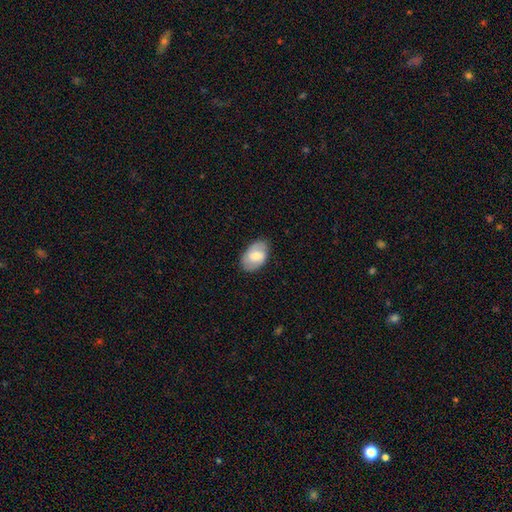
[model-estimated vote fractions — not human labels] This is likely a smooth galaxy (63%). How rounded: clearly in between (91%). Merging: likely none (79%).